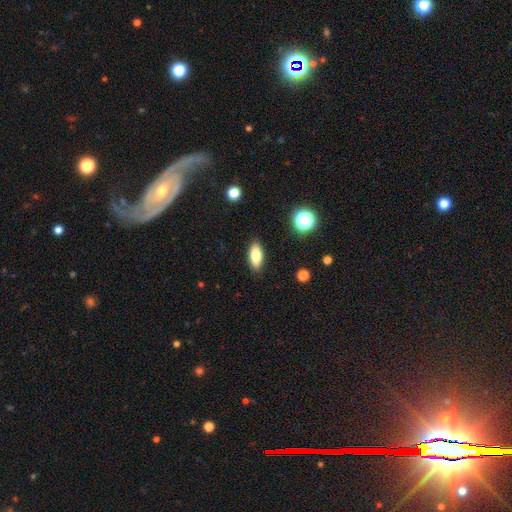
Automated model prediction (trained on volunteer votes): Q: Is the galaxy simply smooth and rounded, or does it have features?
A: smooth — 79%.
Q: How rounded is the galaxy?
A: in between — 80%.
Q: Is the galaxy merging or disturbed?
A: none — 89%.